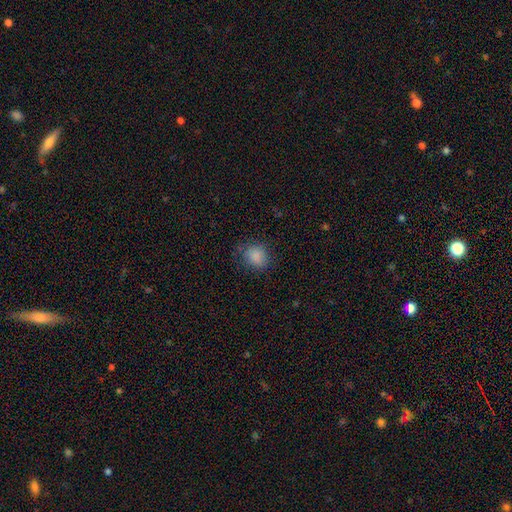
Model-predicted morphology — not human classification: This appears to be a smooth galaxy with no disk features (86%) that is round (65%). Merging: none (79%).